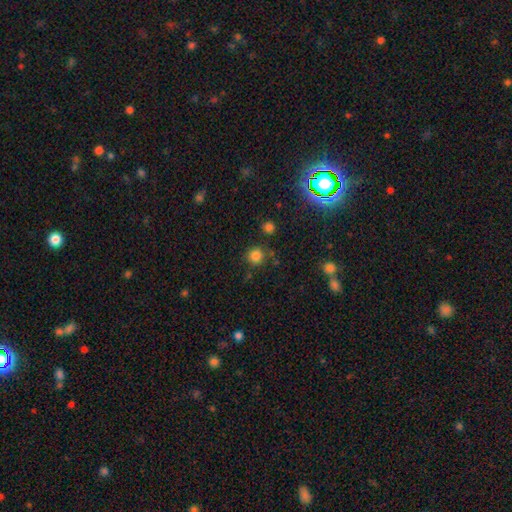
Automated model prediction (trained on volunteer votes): This is clearly a smooth galaxy (81%). How rounded: clearly round (93%). Merging: clearly none (82%).